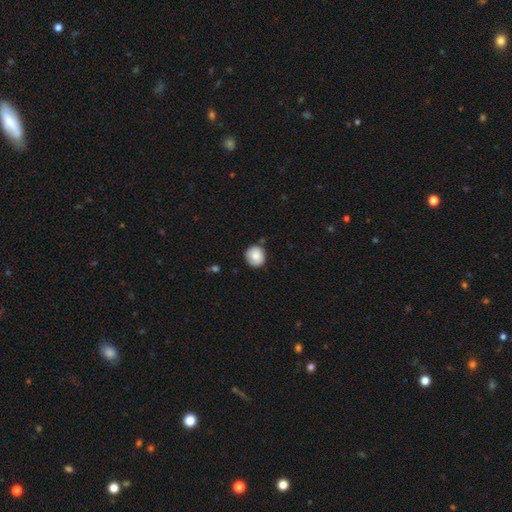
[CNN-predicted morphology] Smooth or featured? smooth (84%)
How rounded? round (90%)
Merging? none (79%)